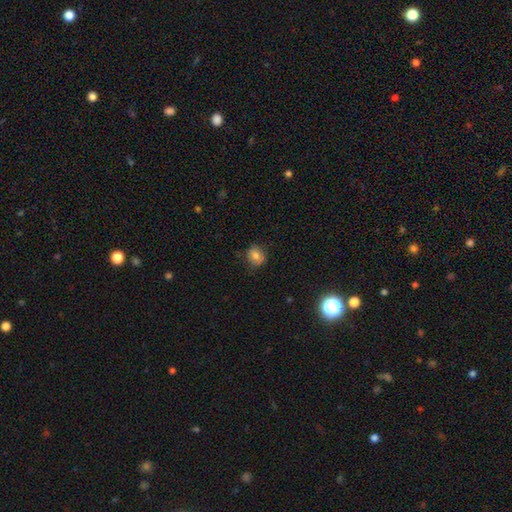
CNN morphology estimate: Smooth or featured? smooth (75%)
How rounded? round (75%)
Merging? none (75%)